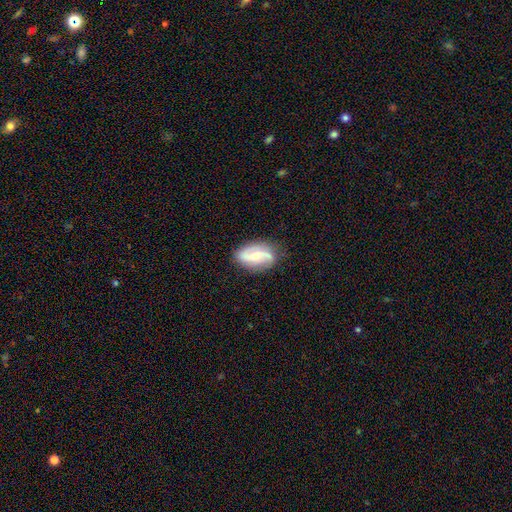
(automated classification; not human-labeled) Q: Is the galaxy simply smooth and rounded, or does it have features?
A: featured or disk — 71%.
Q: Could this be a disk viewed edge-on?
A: no — 95%.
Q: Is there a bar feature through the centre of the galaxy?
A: no — 45%.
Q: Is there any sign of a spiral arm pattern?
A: yes — 93%.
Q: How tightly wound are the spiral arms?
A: loose — 58%.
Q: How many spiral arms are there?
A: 2 — 88%.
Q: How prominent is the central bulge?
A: small — 51%.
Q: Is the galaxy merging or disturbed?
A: none — 78%.